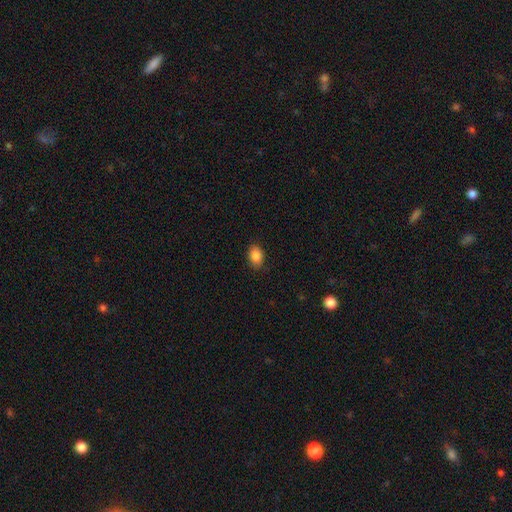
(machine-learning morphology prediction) This appears to be a smooth galaxy with no disk features (87%) that is in between round and cigar-shaped (79%). Merging: none (87%).